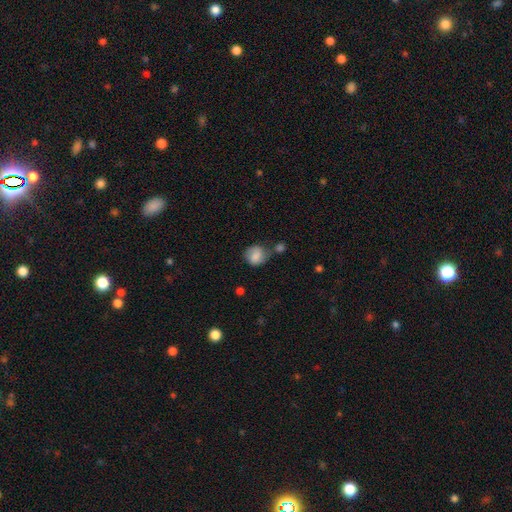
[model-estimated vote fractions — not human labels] This is likely a smooth galaxy (74%). How rounded: likely round (72%). Merging: possibly none (47%).